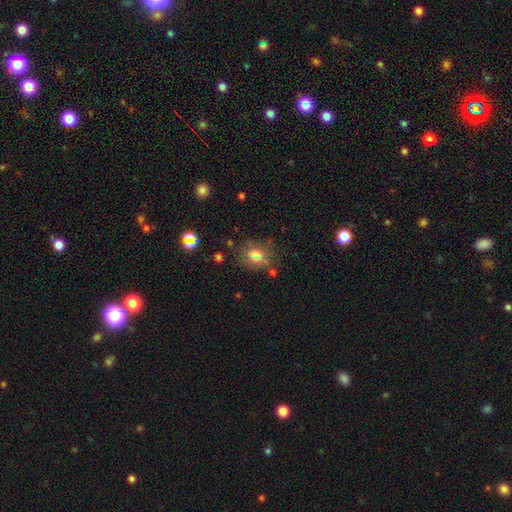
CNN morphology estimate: Overall: smooth (64%). How rounded: round (58%; in between 40%). Merging: none (63%).